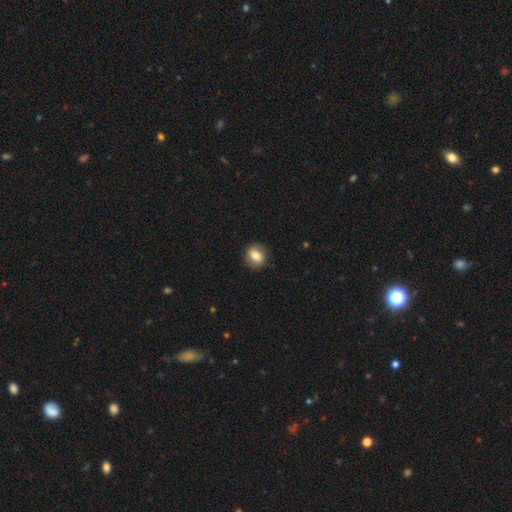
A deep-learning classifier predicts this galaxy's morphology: smooth 75%, featured or disk 16%, star or artifact 9%. Down the decision tree: how rounded — round (70%); merging — none (86%).